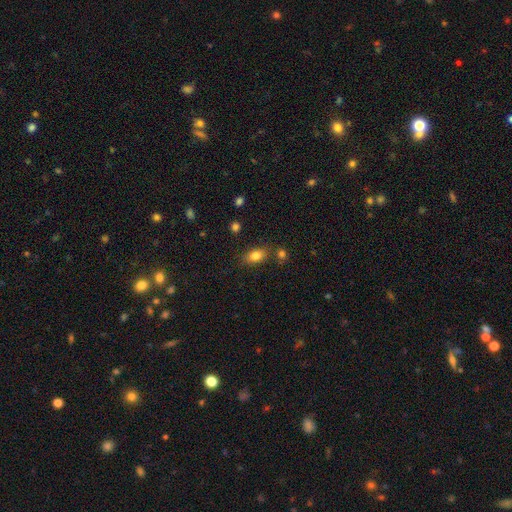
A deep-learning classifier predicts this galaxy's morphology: Overall: smooth (80%). How rounded: in between (84%). Merging: none (76%).